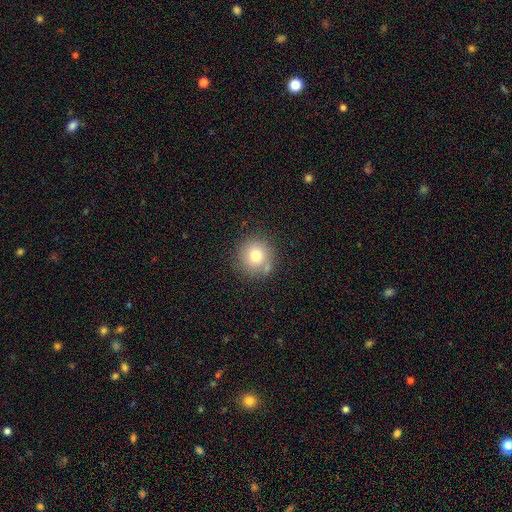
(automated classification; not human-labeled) A smooth galaxy with no disk features (75%) that is round (93%).

Vote fractions:
- Smooth or featured? smooth: 75% / featured or disk: 13% / star or artifact: 12%
- How rounded? round: 93% / in between: 6% / cigar-shaped: 1%
- Merging? none: 74% / minor disturbance: 13% / merger: 9% / major disturbance: 4%